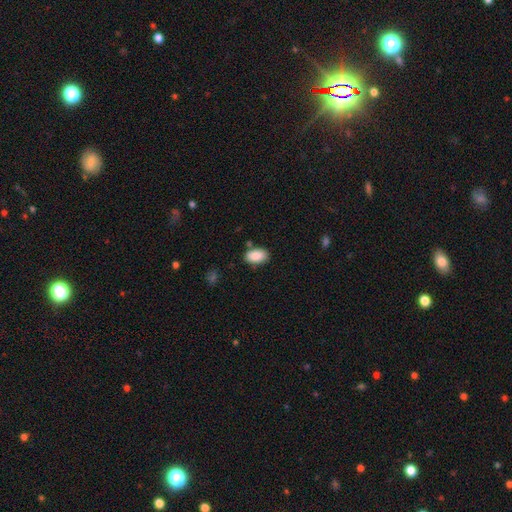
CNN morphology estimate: This appears to be a smooth galaxy with no disk features (89%) that is in between round and cigar-shaped (93%). Merging: none (79%).